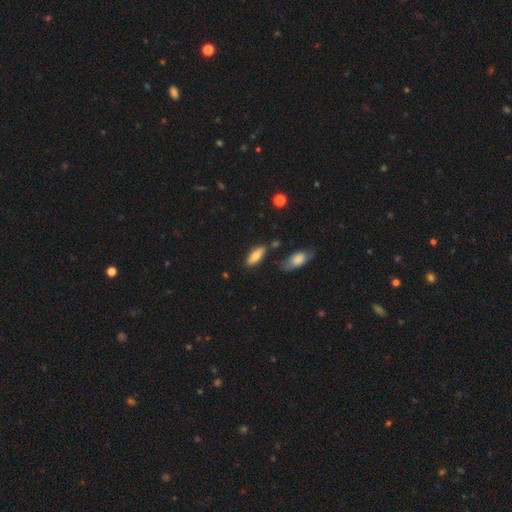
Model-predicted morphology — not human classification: Overall: smooth (81%). How rounded: in between (72%). Merging: none (74%).